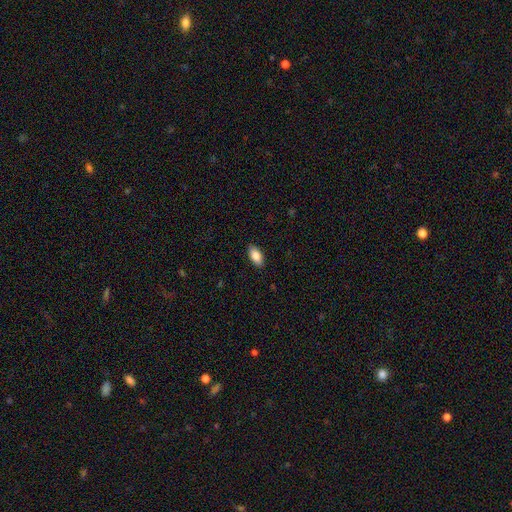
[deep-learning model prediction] This is clearly a smooth galaxy (87%). How rounded: clearly in between (91%). Merging: clearly none (89%).